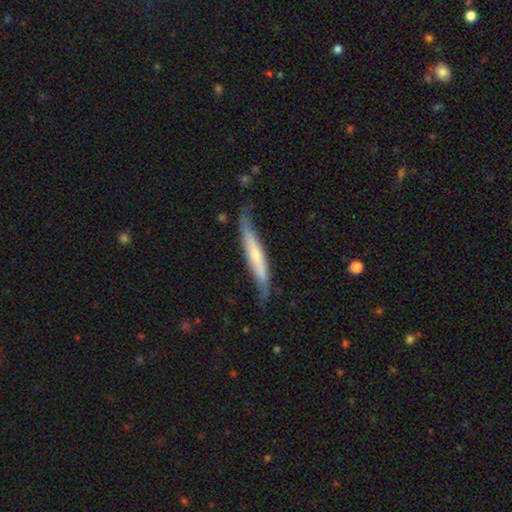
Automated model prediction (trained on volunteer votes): smooth_or_featured: featured or disk (p=0.49) [alt: smooth p=0.46]
merging: none (p=0.63) [alt: minor disturbance p=0.29]